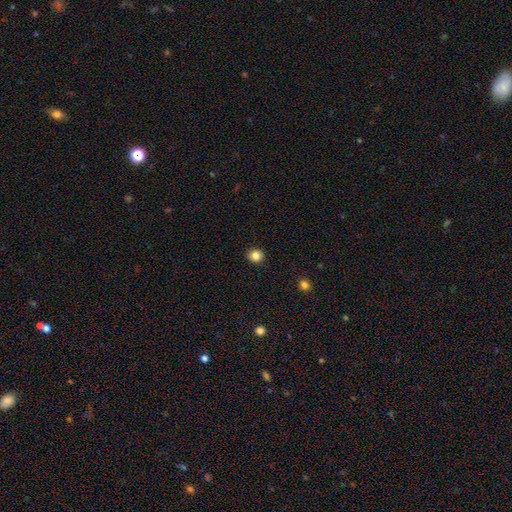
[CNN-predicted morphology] The model was most divided on "smooth or featured": smooth: 84%, star or artifact: 11%, featured or disk: 5%. More confident: merging — none (92%); how rounded — round (88%).